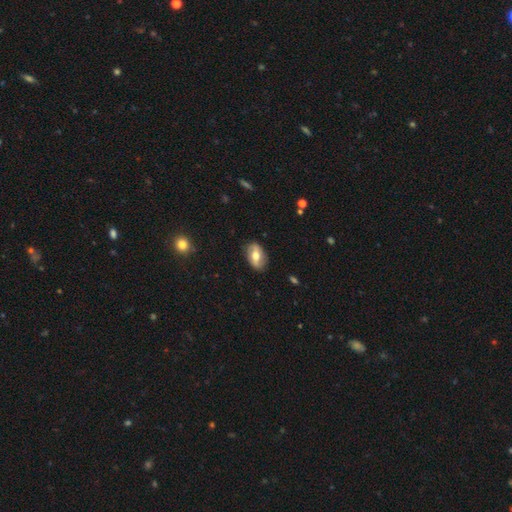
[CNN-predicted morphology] Q: Smooth or featured?
A: featured or disk (48%); runner-up: smooth (45%)
Q: Merging?
A: none (83%); runner-up: minor disturbance (12%)